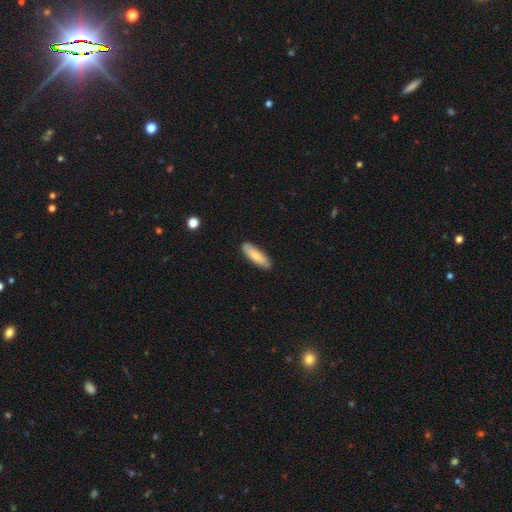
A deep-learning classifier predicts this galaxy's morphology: This appears to be a smooth galaxy with no disk features (83%) that is cigar-shaped (55%). Merging: none (89%).